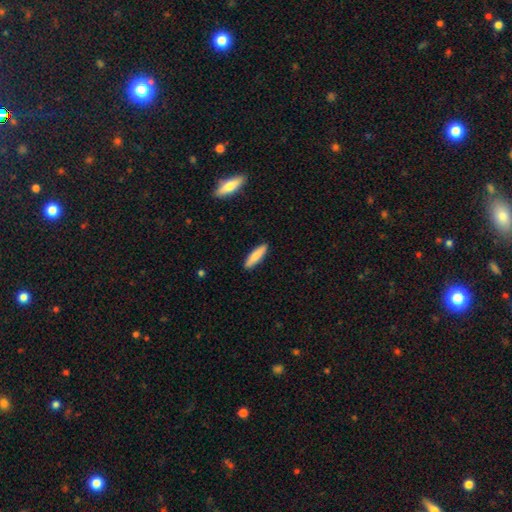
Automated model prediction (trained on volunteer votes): Smooth or featured?
  - smooth: 82% *
  - featured or disk: 12%
  - star or artifact: 6%
How rounded?
  - cigar-shaped: 70% *
  - in between: 28%
  - round: 1%
Merging?
  - none: 90% *
  - minor disturbance: 8%
  - major disturbance: 2%
  - merger: 1%